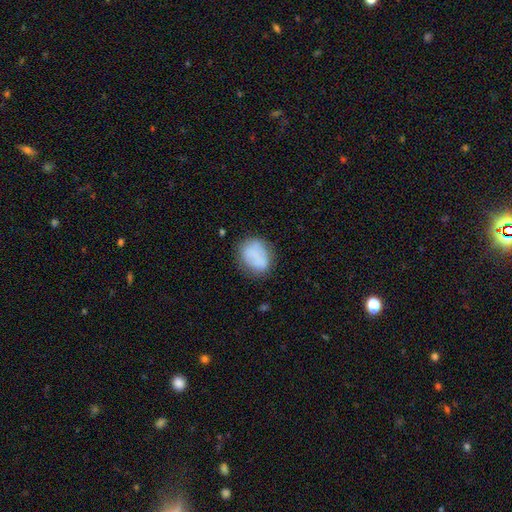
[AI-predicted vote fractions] smooth-or-featured: smooth: 74% | featured or disk: 18% | star or artifact: 8%
  how-rounded: in between: 51% | round: 48% | cigar-shaped: 1%
  merging: none: 68% | minor disturbance: 21% | major disturbance: 8% | merger: 3%